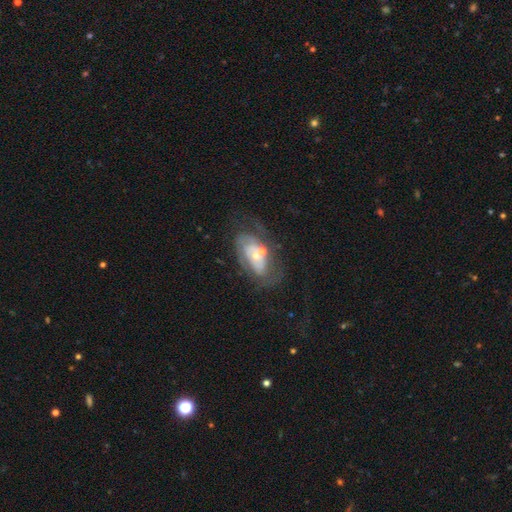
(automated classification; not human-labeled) featured or disk 70%, smooth 20%, star or artifact 10%. Down the decision tree: edge-on disk — no (94%); bar — no (72%); spiral arms — yes (73%); bulge size — small (61%); merging — none (47%).